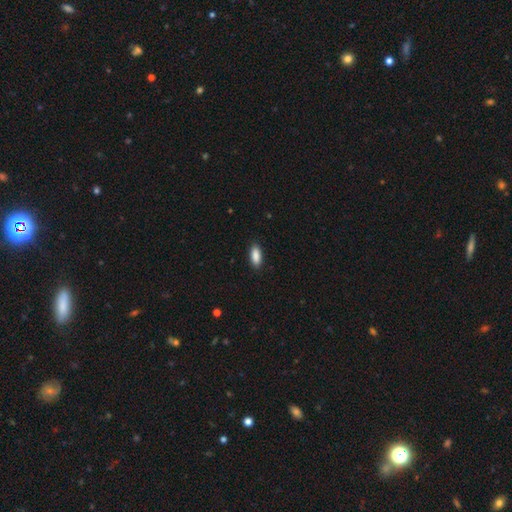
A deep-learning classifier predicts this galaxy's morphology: Smooth or featured: smooth — 89% (star or artifact — 6%)
How rounded: in between — 83% (cigar-shaped — 15%)
Merging: none — 89% (minor disturbance — 9%)